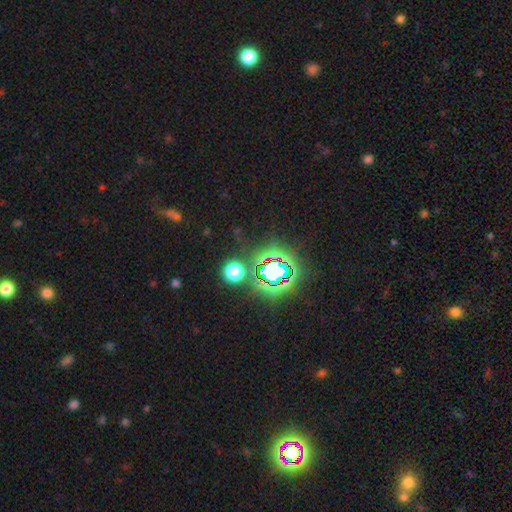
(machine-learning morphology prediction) smooth-or-featured: star or artifact: 74% | smooth: 18% | featured or disk: 8%